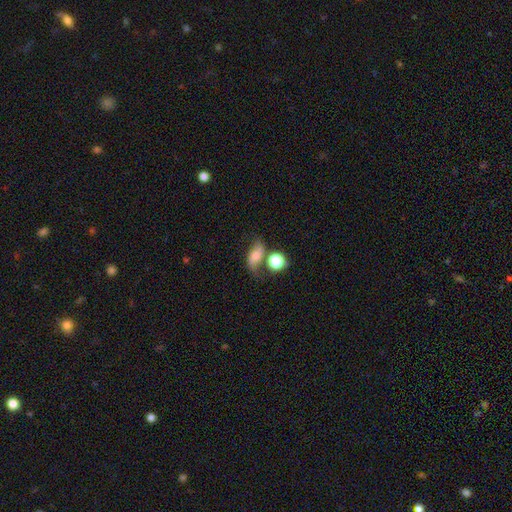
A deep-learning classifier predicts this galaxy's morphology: Smooth or featured? smooth (48%)
Merging? none (46%)